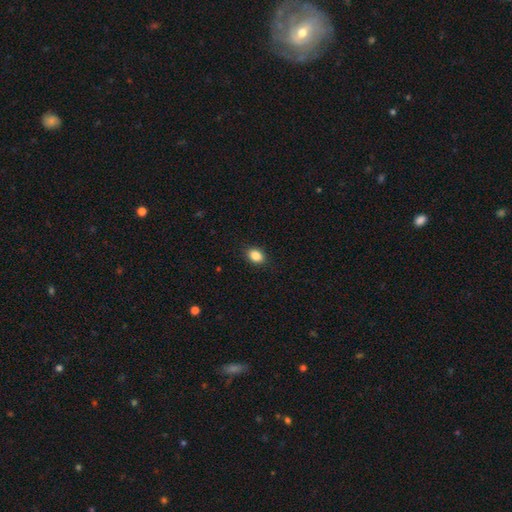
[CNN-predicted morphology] A smooth galaxy with no disk features (86%) that is in between round and cigar-shaped (74%).

Vote fractions:
- Smooth or featured? smooth: 86% / star or artifact: 9% / featured or disk: 5%
- How rounded? in between: 74% / round: 25% / cigar-shaped: 1%
- Merging? none: 89% / minor disturbance: 8% / major disturbance: 2% / merger: 1%